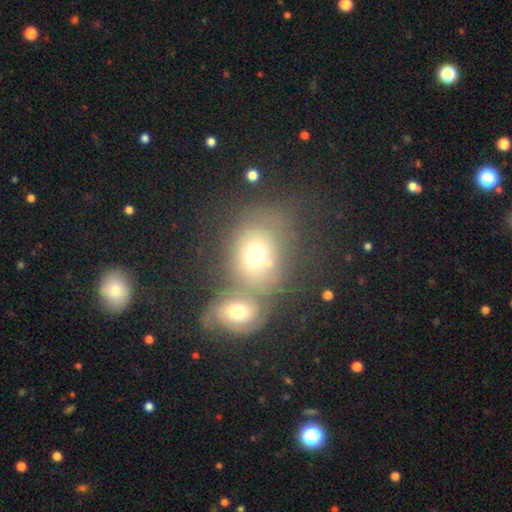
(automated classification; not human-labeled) This appears to be a smooth galaxy with no disk features (62%) that is round (55%). Merging: merger (54%).